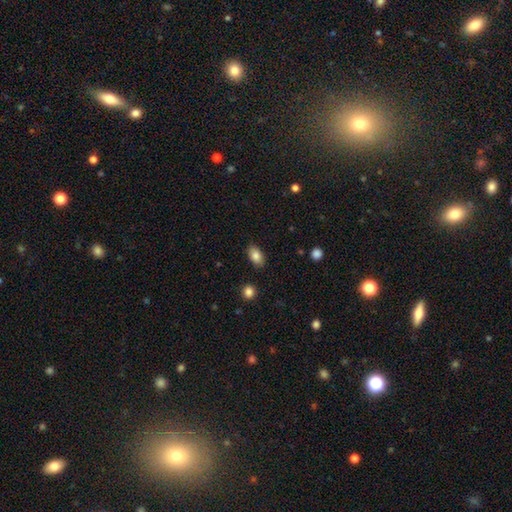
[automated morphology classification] Smooth or featured? Predicted: smooth (p=0.84). How rounded? Predicted: in between (p=0.90). Merging? Predicted: none (p=0.87).